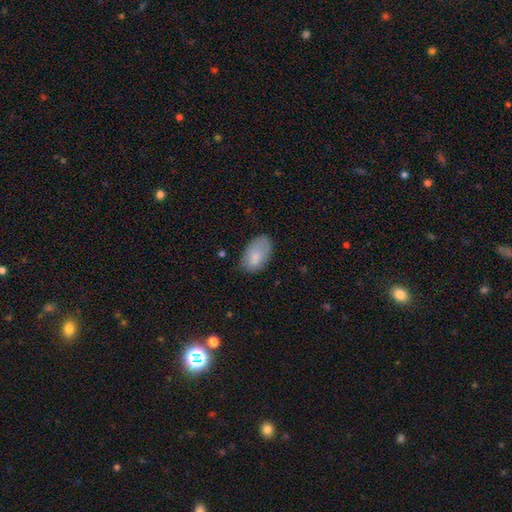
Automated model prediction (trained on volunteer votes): Smooth or featured? Predicted: smooth (p=0.82). How rounded? Predicted: in between (p=0.93). Merging? Predicted: none (p=0.65).